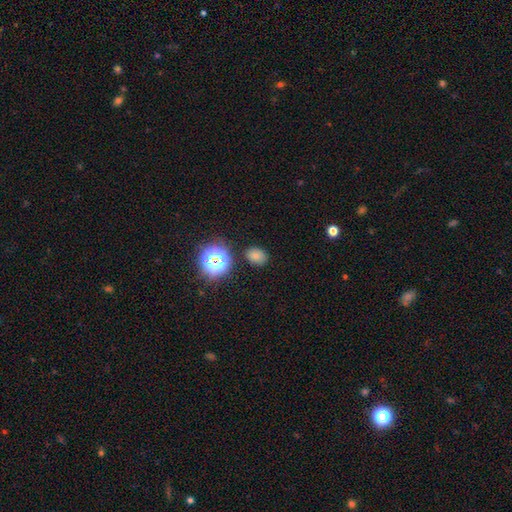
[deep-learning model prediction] The model was most divided on "how rounded": in between: 55%, round: 44%, cigar-shaped: 1%. More confident: merging — none (83%); smooth or featured — smooth (71%).